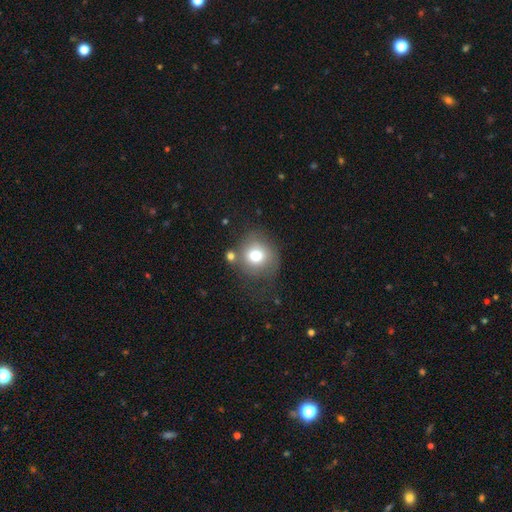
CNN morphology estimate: The model was most divided on "merging": none: 61%, minor disturbance: 19%, major disturbance: 11%, merger: 9%. More confident: how rounded — round (86%); smooth or featured — smooth (72%).